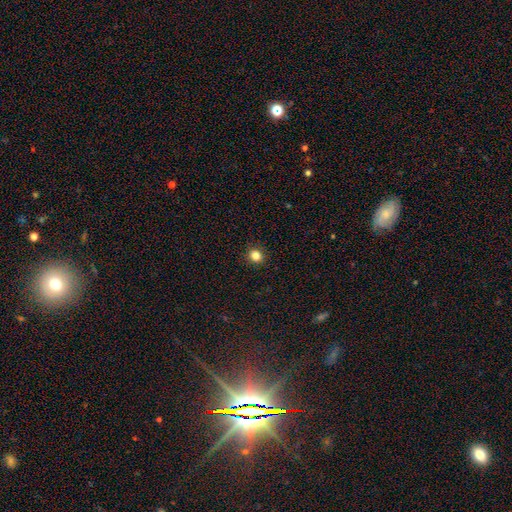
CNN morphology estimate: The model was most divided on "smooth or featured": smooth: 83%, star or artifact: 12%, featured or disk: 4%. More confident: merging — none (92%); how rounded — round (87%).